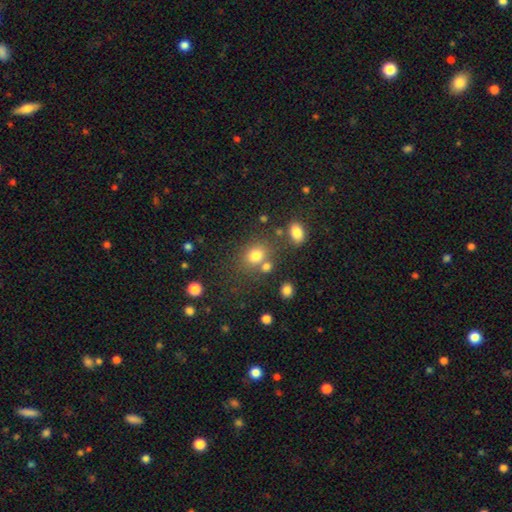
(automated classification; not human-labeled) Overall: smooth (77%). How rounded: round (58%; in between 41%). Merging: none (62%).